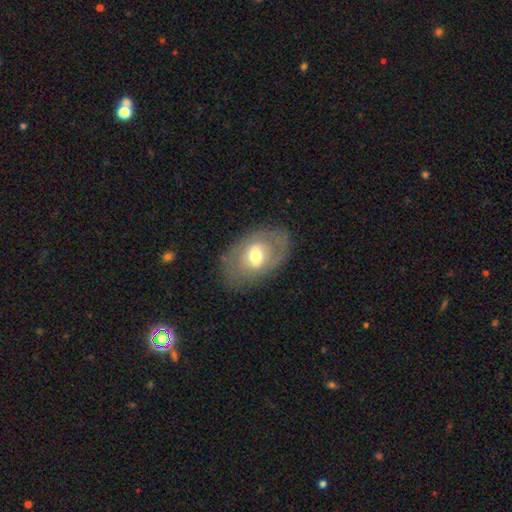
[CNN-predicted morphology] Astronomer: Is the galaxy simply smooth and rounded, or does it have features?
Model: featured or disk — 49% (runner-up: smooth, 44%).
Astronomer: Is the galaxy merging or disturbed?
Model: none — 77%.